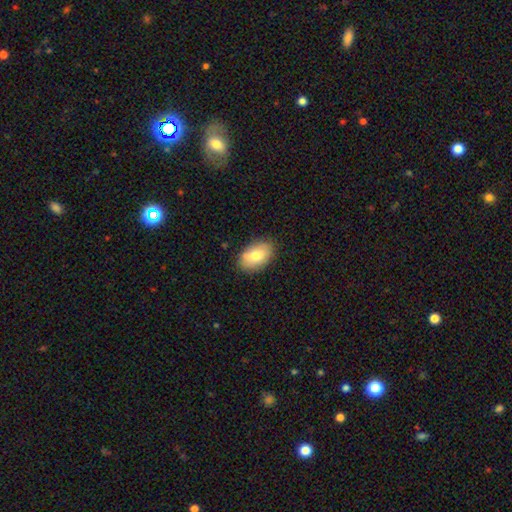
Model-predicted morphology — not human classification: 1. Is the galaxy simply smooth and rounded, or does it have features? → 76% smooth, 16% featured or disk, 8% star or artifact.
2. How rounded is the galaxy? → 90% in between, 9% round, 1% cigar-shaped.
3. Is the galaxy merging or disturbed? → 80% none, 14% minor disturbance, 3% major disturbance, 3% merger.